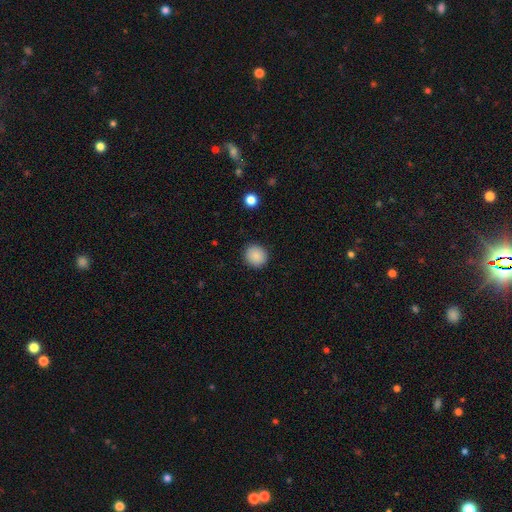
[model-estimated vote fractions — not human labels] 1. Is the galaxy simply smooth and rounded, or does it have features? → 88% smooth, 8% star or artifact, 4% featured or disk.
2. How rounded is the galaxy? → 87% round, 12% in between, 1% cigar-shaped.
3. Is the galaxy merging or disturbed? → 90% none, 7% minor disturbance, 2% major disturbance, 1% merger.